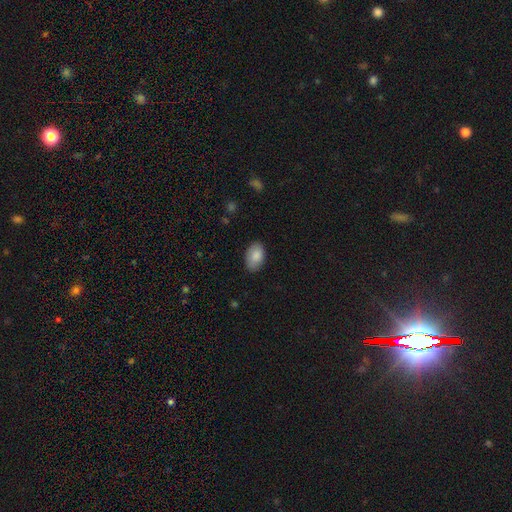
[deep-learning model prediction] This is clearly a smooth galaxy (86%). How rounded: clearly in between (92%). Merging: clearly none (82%).